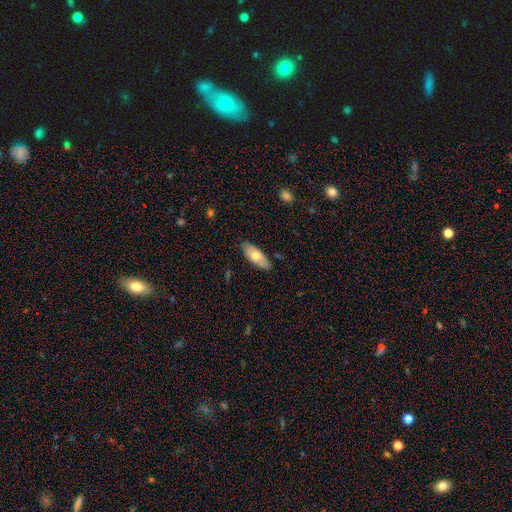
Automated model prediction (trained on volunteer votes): Q: Smooth or featured?
A: smooth (66%); runner-up: featured or disk (28%)
Q: How rounded?
A: in between (82%); runner-up: cigar-shaped (16%)
Q: Merging?
A: none (85%); runner-up: minor disturbance (12%)